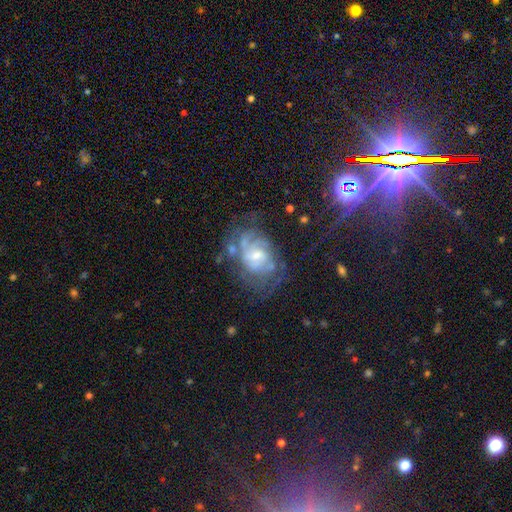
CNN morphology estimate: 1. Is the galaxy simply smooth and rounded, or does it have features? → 74% featured or disk, 17% smooth, 10% star or artifact.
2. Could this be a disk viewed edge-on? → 97% no, 3% yes.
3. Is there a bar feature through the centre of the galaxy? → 54% no, 39% weak, 7% strong.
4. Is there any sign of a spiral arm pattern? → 78% yes, 22% no.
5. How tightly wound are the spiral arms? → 47% tight, 37% medium, 16% loose.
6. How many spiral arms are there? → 50% can't tell, 20% 2, 13% 3, 7% 4, 5% 1, 4% more than 4.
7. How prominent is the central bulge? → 45% small, 44% moderate, 5% none, 5% large, 1% dominant.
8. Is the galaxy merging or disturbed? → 48% none, 23% major disturbance, 21% minor disturbance, 8% merger.